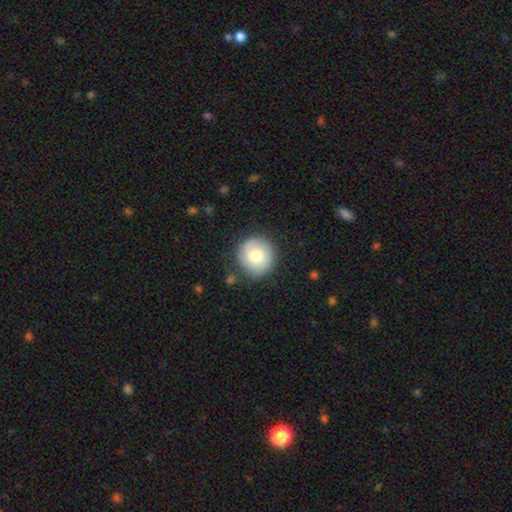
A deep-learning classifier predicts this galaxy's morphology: smooth-or-featured: smooth: 74% | featured or disk: 19% | star or artifact: 7%
  how-rounded: round: 92% | in between: 7% | cigar-shaped: 1%
  merging: none: 83% | minor disturbance: 12% | major disturbance: 3% | merger: 2%